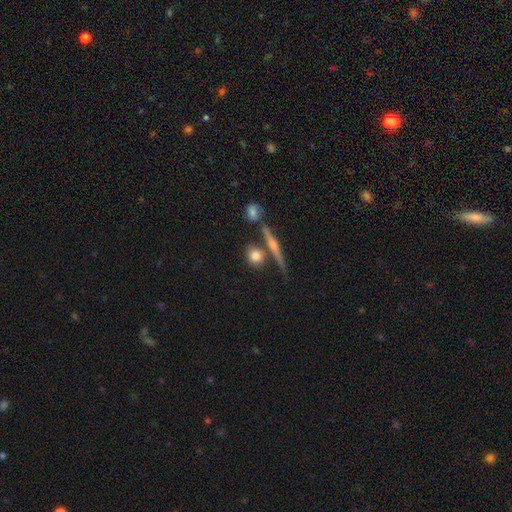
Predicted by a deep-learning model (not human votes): Smooth or featured?
  - smooth: 71% *
  - featured or disk: 20%
  - star or artifact: 9%
How rounded?
  - round: 77% *
  - in between: 16%
  - cigar-shaped: 7%
Merging?
  - none: 68% *
  - merger: 17%
  - minor disturbance: 11%
  - major disturbance: 4%